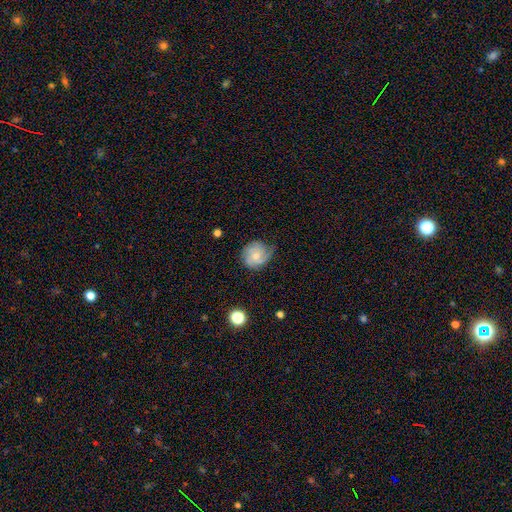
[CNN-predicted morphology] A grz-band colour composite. It shows a featured or disk galaxy (48%). Merging: none (57%).